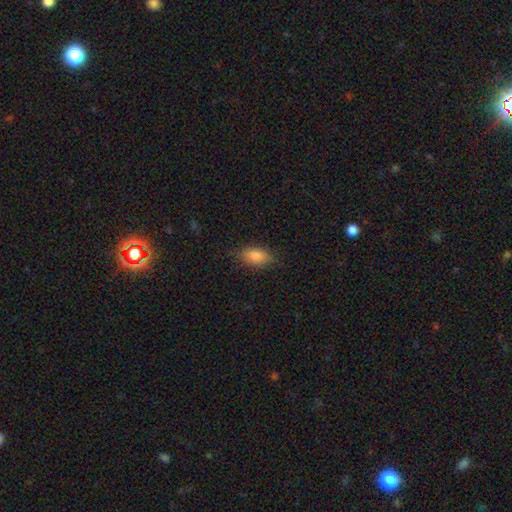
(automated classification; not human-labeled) A smooth galaxy with no disk features (85%) that is in between round and cigar-shaped (89%). Merging: none (82%).